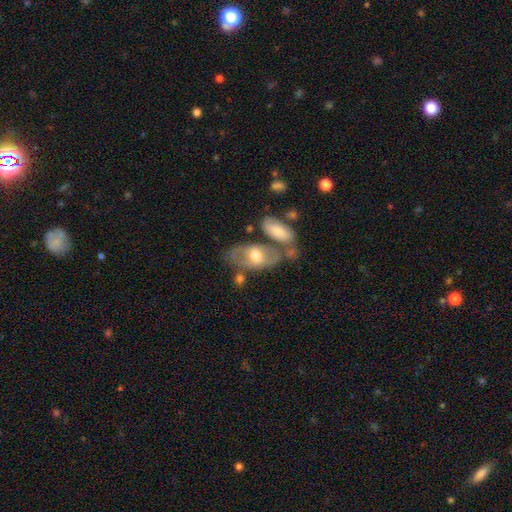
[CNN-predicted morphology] Smooth or featured: featured or disk — 50% (smooth — 43%)
Edge-on disk: no — 86% (yes — 14%)
Merging: none — 47% (merger — 25%)